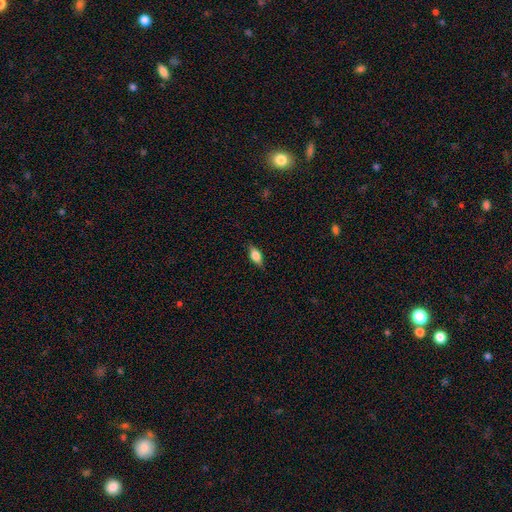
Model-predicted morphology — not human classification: Smooth or featured? smooth (71%)
How rounded? in between (79%)
Merging? none (82%)